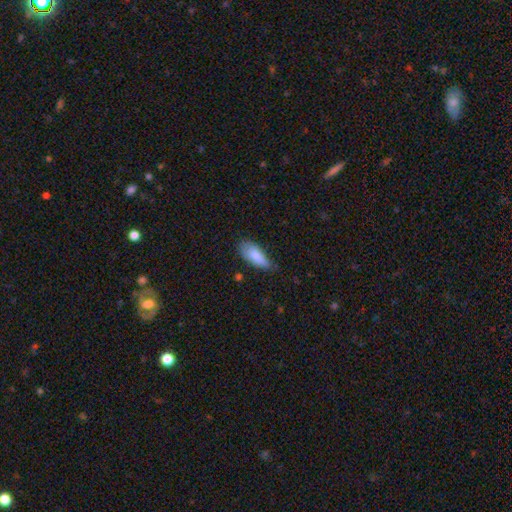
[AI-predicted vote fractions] The model was most divided on "merging": none: 54%, minor disturbance: 37%, major disturbance: 8%, merger: 2%. More confident: smooth or featured — smooth (85%); how rounded — in between (79%).